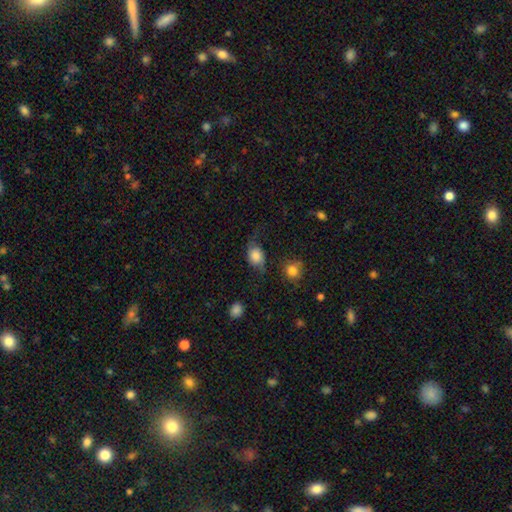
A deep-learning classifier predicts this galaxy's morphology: smooth-or-featured: smooth: 63% | featured or disk: 28% | star or artifact: 9%
  how-rounded: in between: 58% | round: 40% | cigar-shaped: 2%
  merging: none: 49% | minor disturbance: 29% | major disturbance: 18% | merger: 4%